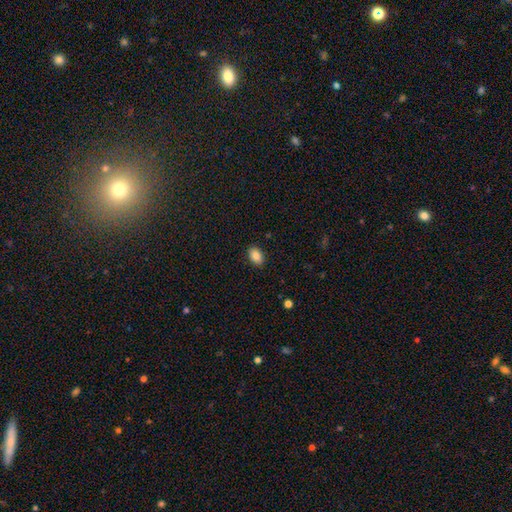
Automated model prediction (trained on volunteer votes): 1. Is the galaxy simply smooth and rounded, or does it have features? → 87% smooth, 8% star or artifact, 5% featured or disk.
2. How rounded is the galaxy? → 86% in between, 13% round, 1% cigar-shaped.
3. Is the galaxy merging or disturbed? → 89% none, 8% minor disturbance, 2% major disturbance, 1% merger.